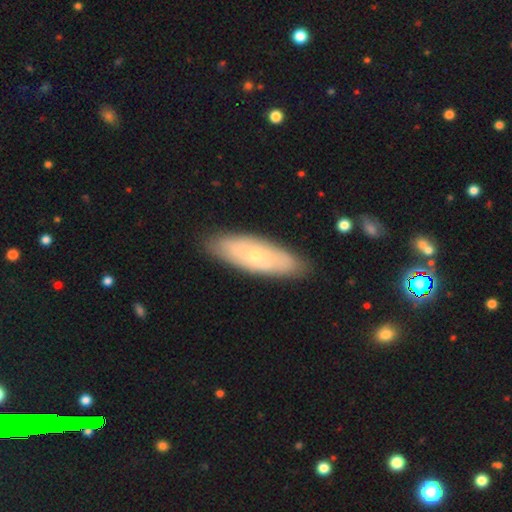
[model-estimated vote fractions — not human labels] Q: Smooth or featured?
A: featured or disk (49%); runner-up: smooth (45%)
Q: Merging?
A: none (85%); runner-up: minor disturbance (11%)